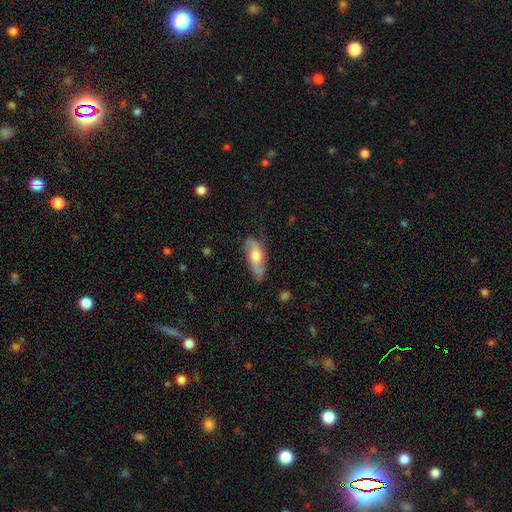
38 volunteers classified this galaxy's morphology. Smooth or featured?
  - featured or disk: 74% *
  - smooth: 24%
  - star or artifact: 3%
Edge-on disk?
  - no: 82% *
  - yes: 18%
Bar?
  - no: 61% *
  - weak: 39%
  - strong: 0%
Spiral arms?
  - yes: 83% *
  - no: 17%
Spiral winding?
  - loose: 37% *
  - tight: 32%
  - medium: 32%
Spiral arm count?
  - 2: 89% *
  - 1: 5%
  - can't tell: 5%
  - 3: 0%
  - 4: 0%
  - more than 4: 0%
Bulge size?
  - moderate: 57% *
  - large: 22%
  - small: 13%
  - dominant: 9%
  - none: 0%
Merging?
  - none: 59% *
  - minor disturbance: 32%
  - major disturbance: 8%
  - merger: 0%